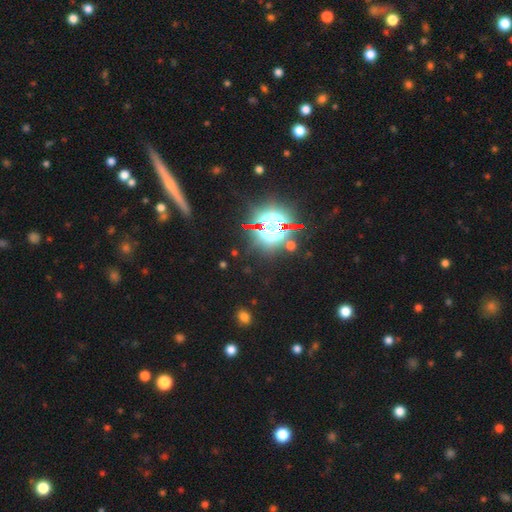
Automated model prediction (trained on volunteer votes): A star or artifact, not a galaxy (73%).